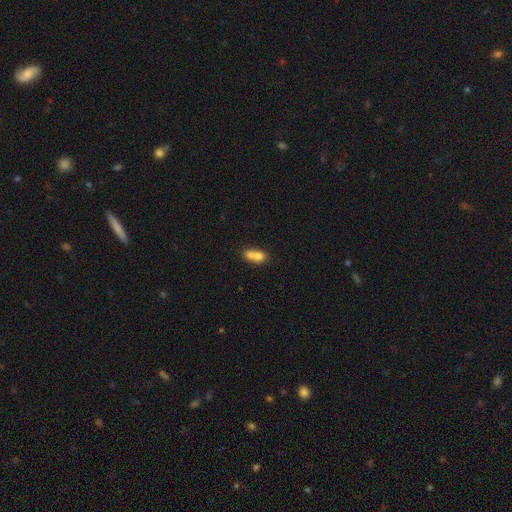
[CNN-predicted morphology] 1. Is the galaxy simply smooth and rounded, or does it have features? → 69% smooth, 22% featured or disk, 10% star or artifact.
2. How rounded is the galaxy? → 54% in between, 42% round, 4% cigar-shaped.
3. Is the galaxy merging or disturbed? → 69% merger, 21% none, 6% minor disturbance, 3% major disturbance.